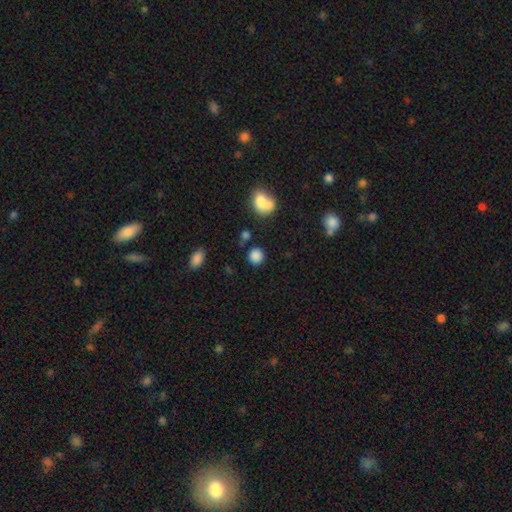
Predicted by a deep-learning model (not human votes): smooth 85%, star or artifact 11%, featured or disk 4%. Down the decision tree: how rounded — round (86%); merging — none (81%).